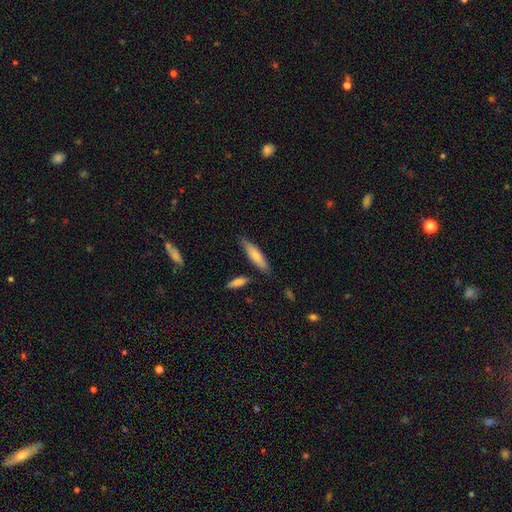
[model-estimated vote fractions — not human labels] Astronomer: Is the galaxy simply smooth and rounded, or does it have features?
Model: smooth — 74%.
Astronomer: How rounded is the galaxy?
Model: cigar-shaped — 66%.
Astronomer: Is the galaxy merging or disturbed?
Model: none — 77%.